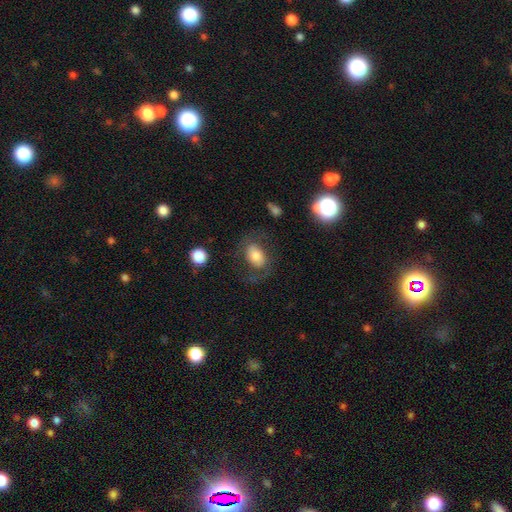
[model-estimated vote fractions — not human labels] smooth 65%, featured or disk 27%, star or artifact 8%. Down the decision tree: how rounded — in between (80%); merging — none (62%).